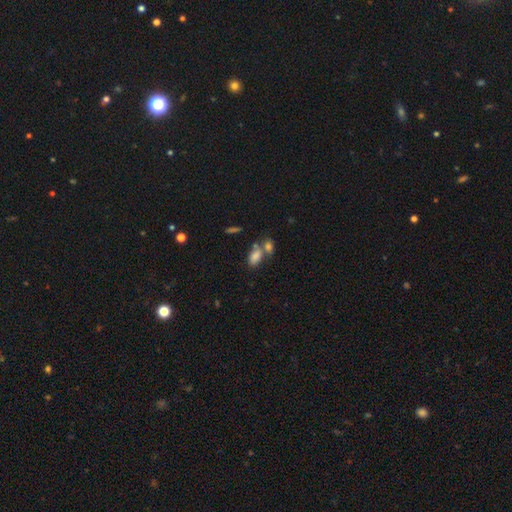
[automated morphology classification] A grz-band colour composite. It shows a smooth galaxy with no disk features (80%) that is in between round and cigar-shaped (89%). Merging: merger (45%).